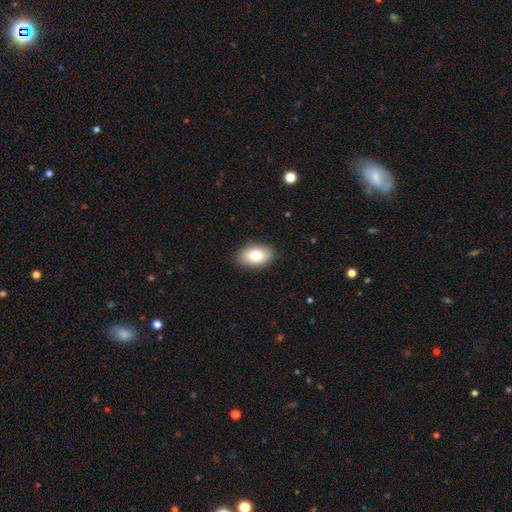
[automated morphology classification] Smooth or featured: smooth — 79% (featured or disk — 14%)
How rounded: in between — 90% (round — 9%)
Merging: none — 88% (minor disturbance — 9%)